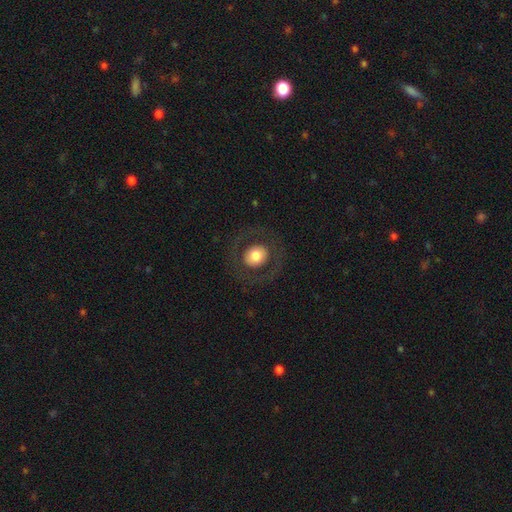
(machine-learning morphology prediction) Smooth or featured?
  - smooth: 63% *
  - featured or disk: 30%
  - star or artifact: 7%
How rounded?
  - round: 77% *
  - in between: 22%
  - cigar-shaped: 1%
Merging?
  - none: 82% *
  - minor disturbance: 9%
  - major disturbance: 8%
  - merger: 1%